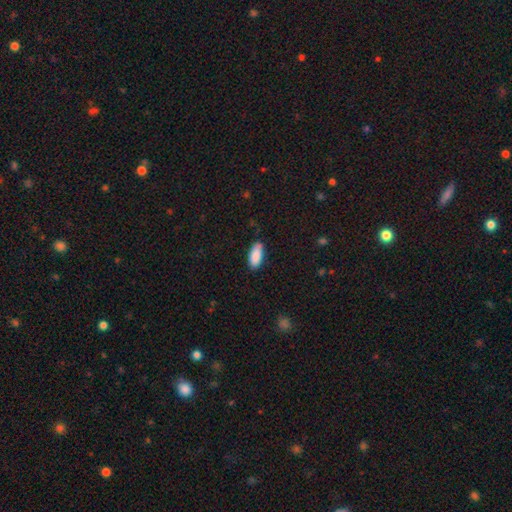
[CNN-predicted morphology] Smooth or featured: smooth — 89% (star or artifact — 6%)
How rounded: in between — 87% (cigar-shaped — 11%)
Merging: none — 82% (minor disturbance — 14%)